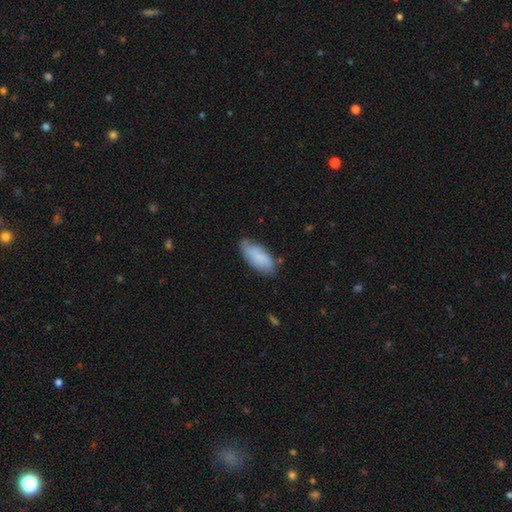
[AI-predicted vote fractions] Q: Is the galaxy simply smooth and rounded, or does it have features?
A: smooth — 79%.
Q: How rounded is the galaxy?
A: in between — 83%.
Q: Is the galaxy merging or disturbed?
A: none — 71%.